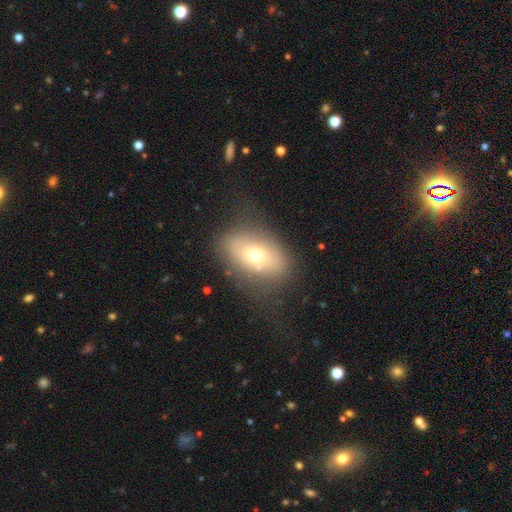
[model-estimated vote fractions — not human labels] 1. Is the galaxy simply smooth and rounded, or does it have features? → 63% smooth, 23% featured or disk, 13% star or artifact.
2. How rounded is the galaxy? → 75% in between, 23% round, 2% cigar-shaped.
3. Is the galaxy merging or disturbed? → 71% none, 16% minor disturbance, 11% major disturbance, 2% merger.